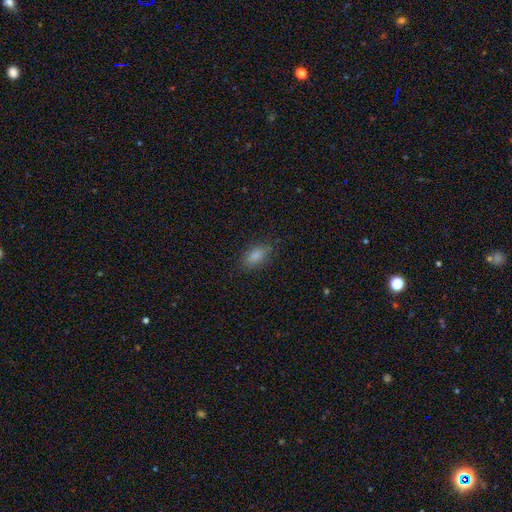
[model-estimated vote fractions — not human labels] Q: Smooth or featured?
A: smooth (84%); runner-up: star or artifact (9%)
Q: How rounded?
A: in between (87%); runner-up: cigar-shaped (8%)
Q: Merging?
A: none (81%); runner-up: minor disturbance (14%)